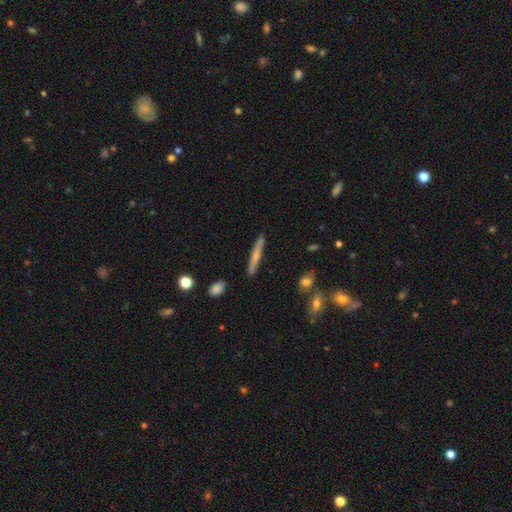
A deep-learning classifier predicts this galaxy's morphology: This is possibly a smooth galaxy (52%). How rounded: clearly cigar-shaped (94%). Merging: clearly none (86%).